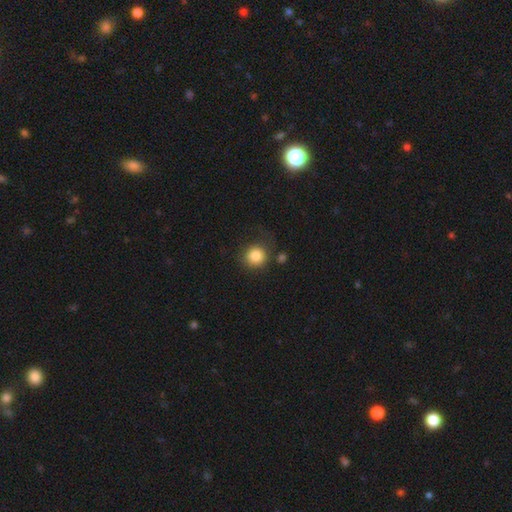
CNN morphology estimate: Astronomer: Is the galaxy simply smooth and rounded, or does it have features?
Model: smooth — 85%.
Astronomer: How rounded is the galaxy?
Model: round — 91%.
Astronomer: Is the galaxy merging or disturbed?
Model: none — 72%.